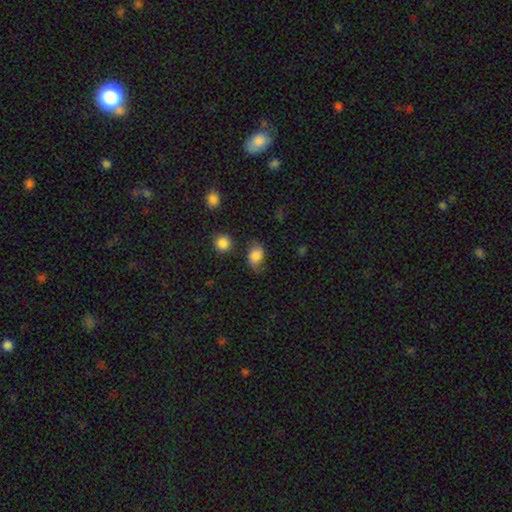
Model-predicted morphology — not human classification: Smooth or featured? Predicted: smooth (p=0.71). How rounded? Predicted: in between (p=0.75). Merging? Predicted: none (p=0.53).